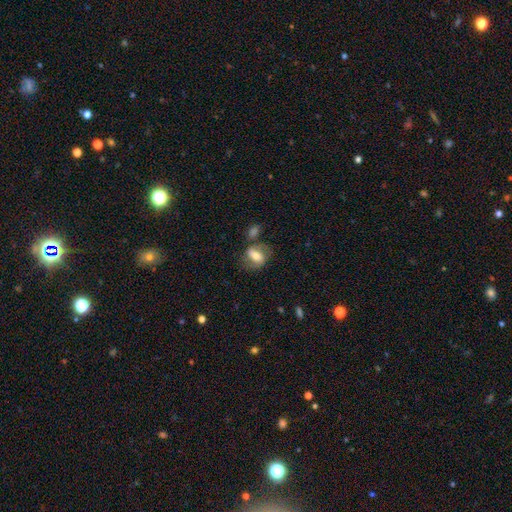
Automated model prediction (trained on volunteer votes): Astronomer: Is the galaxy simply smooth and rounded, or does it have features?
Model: smooth — 57% (runner-up: featured or disk, 35%).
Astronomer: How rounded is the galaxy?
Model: in between — 76%.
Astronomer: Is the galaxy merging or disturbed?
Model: none — 53%.